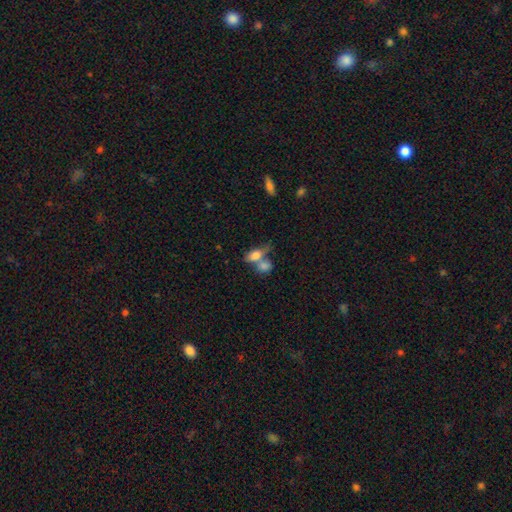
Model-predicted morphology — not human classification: Q: Smooth or featured?
A: smooth (76%); runner-up: featured or disk (15%)
Q: How rounded?
A: in between (80%); runner-up: round (12%)
Q: Merging?
A: merger (53%); runner-up: none (30%)